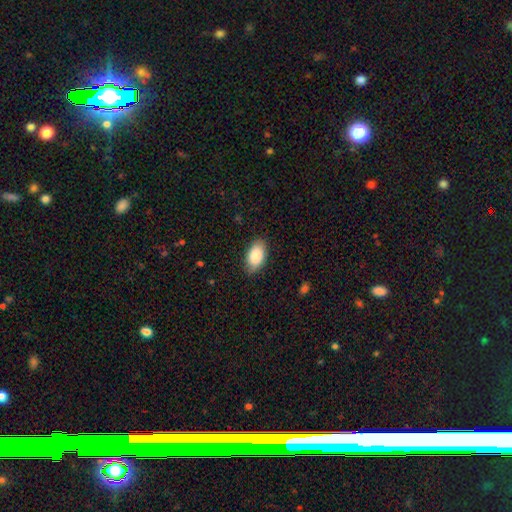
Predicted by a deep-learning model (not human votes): A smooth galaxy with no disk features (89%) that is in between round and cigar-shaped (94%). Merging: none (83%).